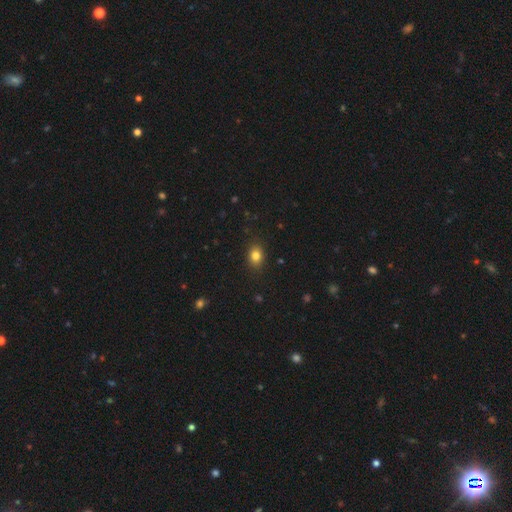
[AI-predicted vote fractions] Smooth or featured: smooth — 83% (star or artifact — 11%)
How rounded: in between — 63% (round — 35%)
Merging: none — 88% (minor disturbance — 9%)